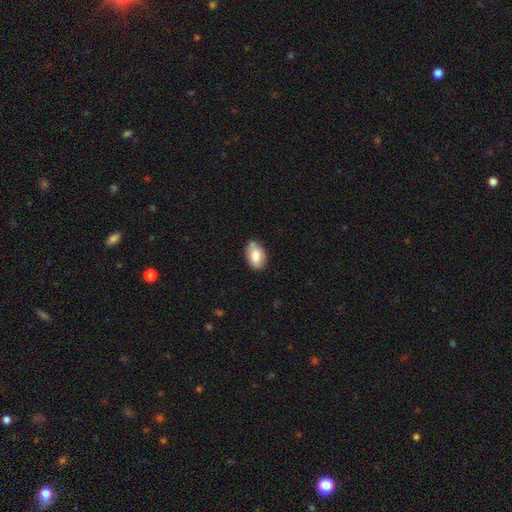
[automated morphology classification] This appears to be a smooth galaxy with no disk features (81%) that is in between round and cigar-shaped (90%). Merging: none (71%).